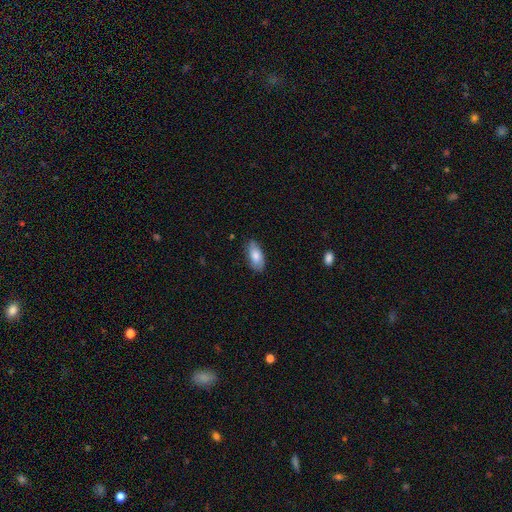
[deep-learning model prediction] smooth_or_featured: smooth (p=0.75) [alt: featured or disk p=0.19]
how_rounded: in between (p=0.90) [alt: cigar-shaped p=0.08]
merging: none (p=0.78) [alt: minor disturbance p=0.17]